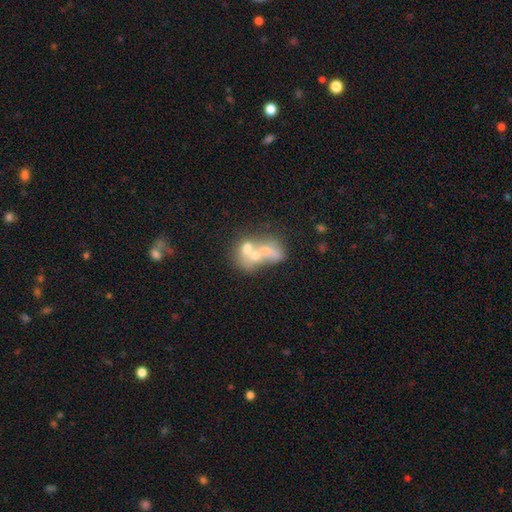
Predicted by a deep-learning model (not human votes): Morphology: type=smooth (45%); merging=merger (66%).